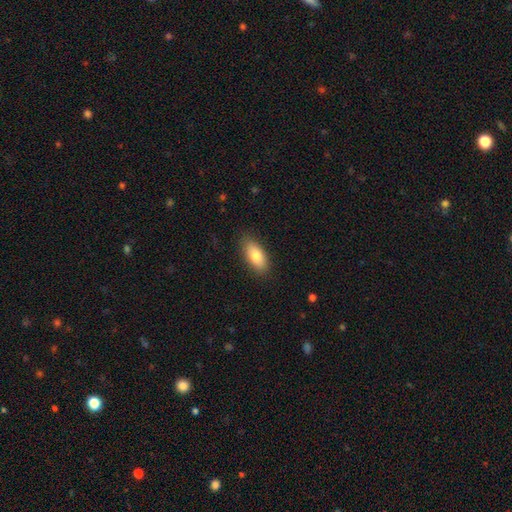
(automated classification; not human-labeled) Smooth or featured? smooth (80%)
How rounded? in between (84%)
Merging? none (85%)